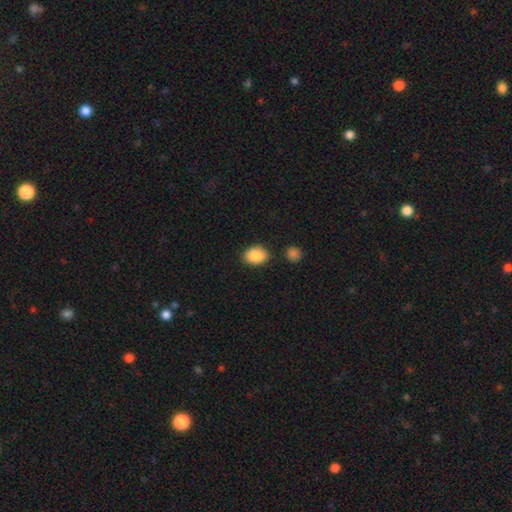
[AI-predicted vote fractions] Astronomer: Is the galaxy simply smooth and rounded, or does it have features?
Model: smooth — 89%.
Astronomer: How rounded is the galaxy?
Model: in between — 76%.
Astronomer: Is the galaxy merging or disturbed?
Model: none — 81%.